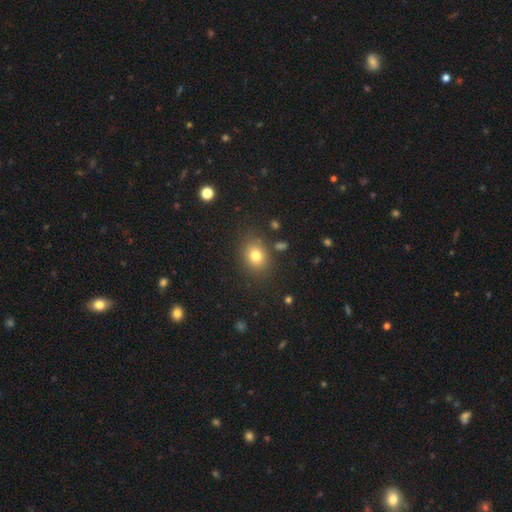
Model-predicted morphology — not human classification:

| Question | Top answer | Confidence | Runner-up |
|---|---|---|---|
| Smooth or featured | smooth | 79% | star or artifact (13%) |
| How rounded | in between | 50% | round (49%) |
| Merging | none | 82% | minor disturbance (11%) |